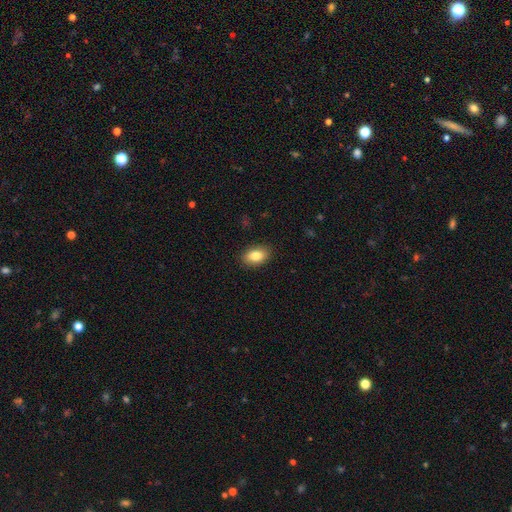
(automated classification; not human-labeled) A smooth galaxy with no disk features (83%) that is in between round and cigar-shaped (85%).

Vote fractions:
- Smooth or featured? smooth: 83% / featured or disk: 9% / star or artifact: 8%
- How rounded? in between: 85% / round: 13% / cigar-shaped: 1%
- Merging? none: 89% / minor disturbance: 8% / major disturbance: 2% / merger: 1%